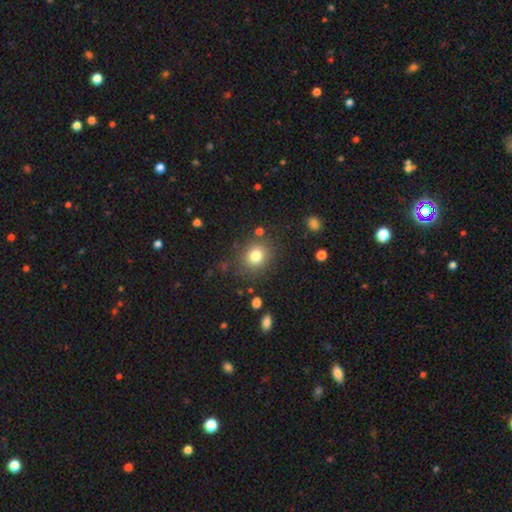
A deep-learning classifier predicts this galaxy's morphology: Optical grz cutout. It shows a smooth galaxy with no disk features (80%) that is round (78%). Merging: none (84%).